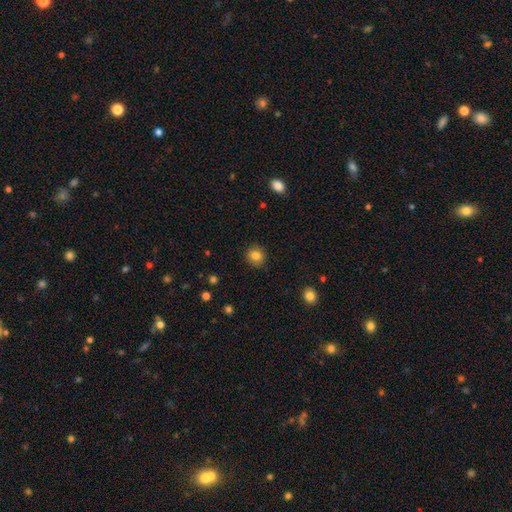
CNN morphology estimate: Q: Smooth or featured?
A: smooth (83%); runner-up: star or artifact (11%)
Q: How rounded?
A: round (88%); runner-up: in between (11%)
Q: Merging?
A: none (90%); runner-up: minor disturbance (7%)